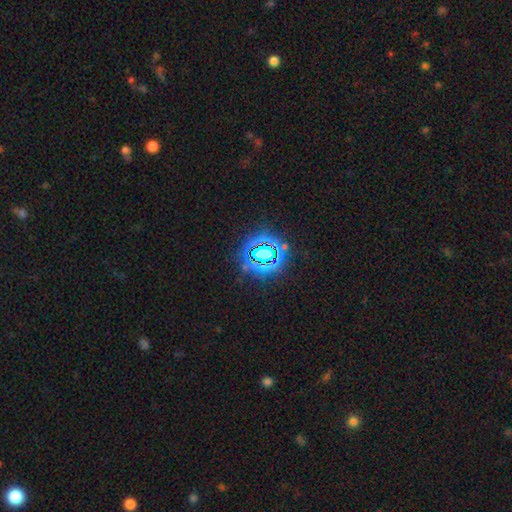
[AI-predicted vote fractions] Smooth or featured?
  - star or artifact: 76% *
  - smooth: 15%
  - featured or disk: 9%